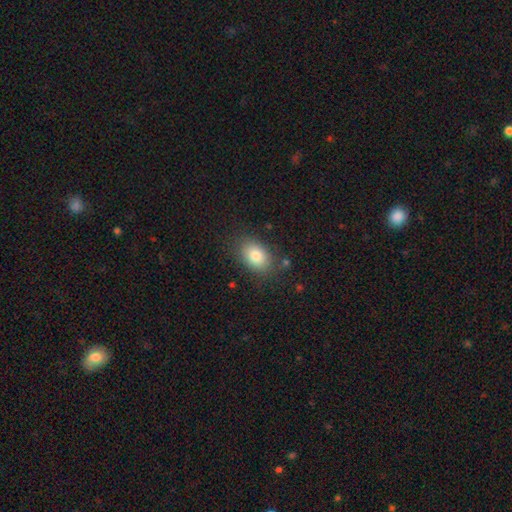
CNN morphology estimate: A smooth galaxy with no disk features (82%) that is in between round and cigar-shaped (82%). Merging: none (81%).